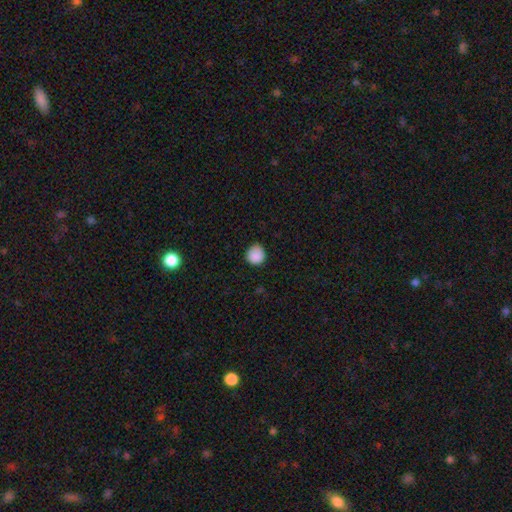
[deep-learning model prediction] The model was most divided on "merging": none: 82%, minor disturbance: 14%, major disturbance: 3%, merger: 1%. More confident: how rounded — round (92%); smooth or featured — smooth (88%).